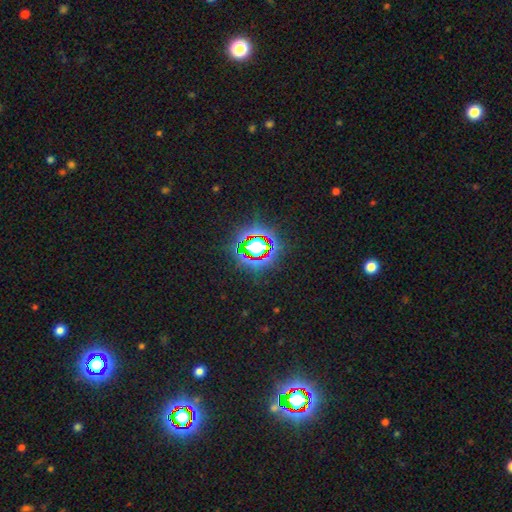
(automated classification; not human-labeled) This appears to be a star or artifact, not a galaxy (78%).